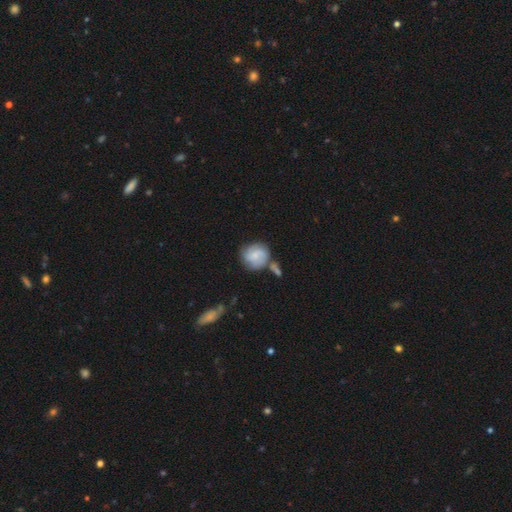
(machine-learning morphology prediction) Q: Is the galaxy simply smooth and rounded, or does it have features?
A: featured or disk — 49%.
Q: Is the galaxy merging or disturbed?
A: none — 52%.